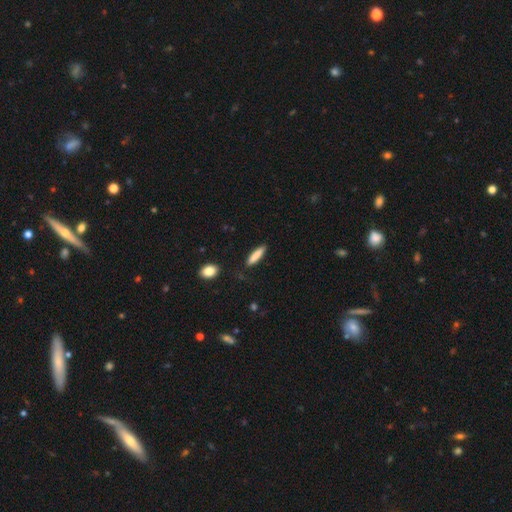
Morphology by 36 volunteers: Smooth or featured? 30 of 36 (83%) said smooth. How rounded? 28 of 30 (93%) said cigar-shaped. Merging? 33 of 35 (94%) said none.